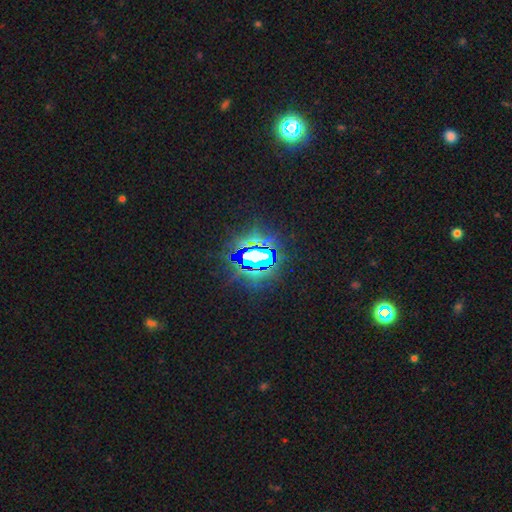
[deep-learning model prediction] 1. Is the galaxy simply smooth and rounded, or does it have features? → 79% star or artifact, 11% smooth, 10% featured or disk.